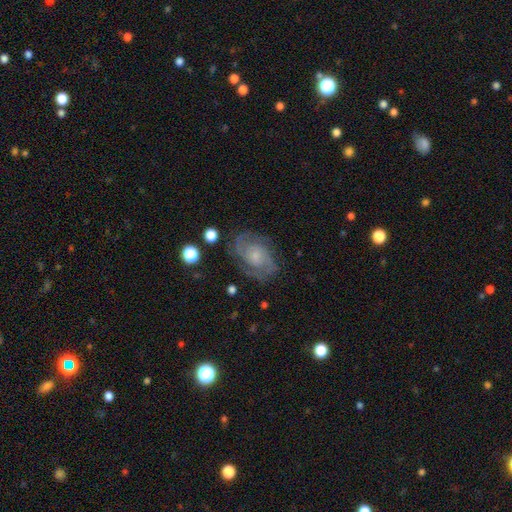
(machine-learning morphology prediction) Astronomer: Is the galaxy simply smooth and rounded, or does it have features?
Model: featured or disk — 82%.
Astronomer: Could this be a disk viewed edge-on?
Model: no — 97%.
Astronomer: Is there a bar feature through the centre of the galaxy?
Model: no — 66%.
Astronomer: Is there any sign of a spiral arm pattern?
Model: yes — 95%.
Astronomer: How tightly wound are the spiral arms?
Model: medium — 45% (runner-up: tight, 44%).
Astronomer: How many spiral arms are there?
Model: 2 — 66%.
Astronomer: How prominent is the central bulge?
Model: small — 61%.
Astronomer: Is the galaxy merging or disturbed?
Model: none — 75%.